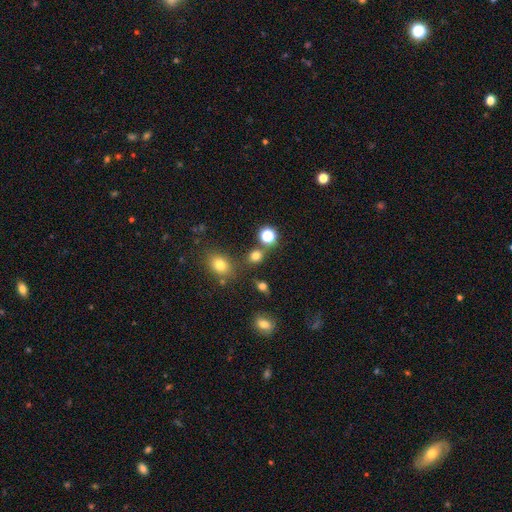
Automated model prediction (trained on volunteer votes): A smooth galaxy with no disk features (71%) that is round (73%). Merging: none (75%).